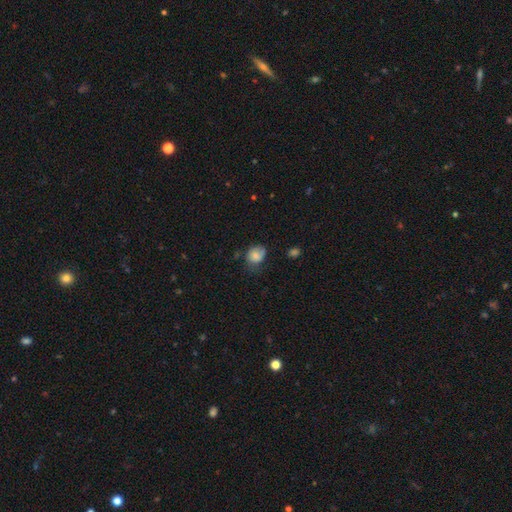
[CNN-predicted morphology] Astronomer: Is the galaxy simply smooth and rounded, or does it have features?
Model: smooth — 75%.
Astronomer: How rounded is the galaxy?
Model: round — 58% (runner-up: in between, 41%).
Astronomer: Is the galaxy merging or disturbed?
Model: none — 43% (runner-up: minor disturbance, 36%).